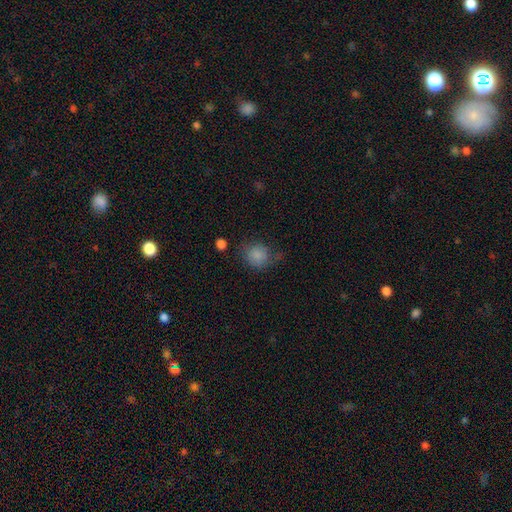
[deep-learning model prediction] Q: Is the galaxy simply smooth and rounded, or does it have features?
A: smooth — 84%.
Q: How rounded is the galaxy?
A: round — 80%.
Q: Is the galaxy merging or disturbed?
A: none — 63%.